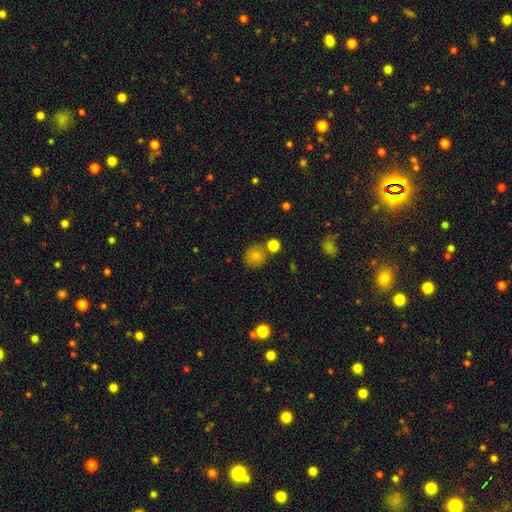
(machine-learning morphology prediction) This appears to be a smooth galaxy with no disk features (80%) that is round (88%). Merging: none (70%).